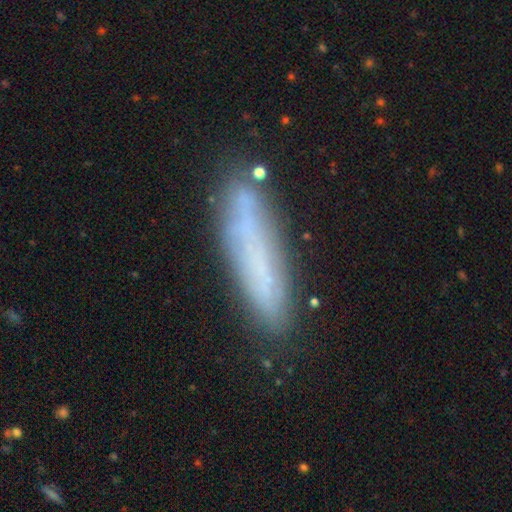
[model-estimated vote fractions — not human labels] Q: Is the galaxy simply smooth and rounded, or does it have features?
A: smooth — 58%.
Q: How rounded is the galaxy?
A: cigar-shaped — 82%.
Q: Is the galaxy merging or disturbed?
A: none — 78%.